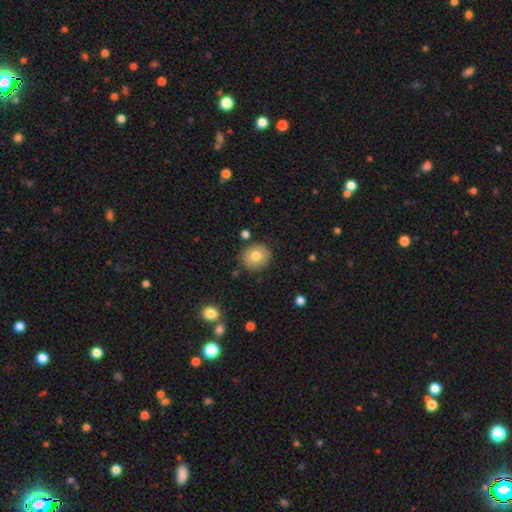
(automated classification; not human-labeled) Q: Smooth or featured?
A: smooth (77%); runner-up: featured or disk (14%)
Q: How rounded?
A: round (86%); runner-up: in between (13%)
Q: Merging?
A: none (86%); runner-up: minor disturbance (9%)